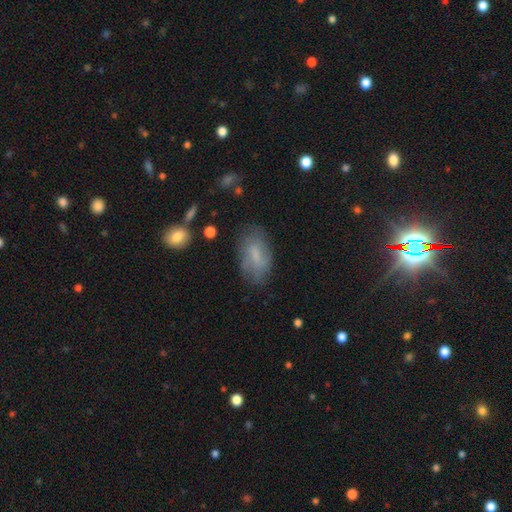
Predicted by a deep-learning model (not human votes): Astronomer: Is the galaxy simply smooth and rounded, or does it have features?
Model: smooth — 58% (runner-up: featured or disk, 33%).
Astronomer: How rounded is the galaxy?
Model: in between — 90%.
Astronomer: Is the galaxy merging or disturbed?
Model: none — 68%.